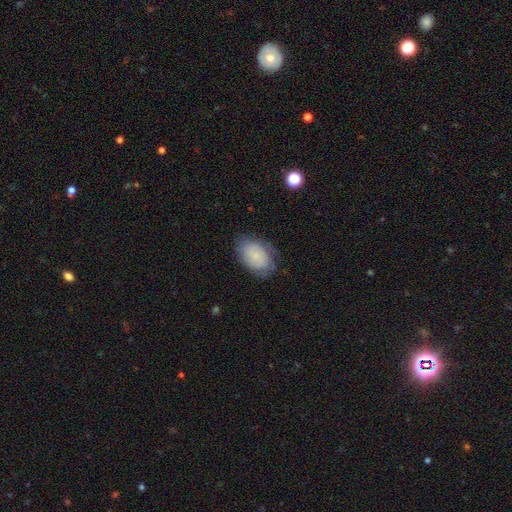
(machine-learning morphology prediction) A smooth galaxy with no disk features (67%) that is in between round and cigar-shaped (87%).

Vote fractions:
- Smooth or featured? smooth: 67% / featured or disk: 25% / star or artifact: 8%
- How rounded? in between: 87% / round: 11% / cigar-shaped: 1%
- Merging? none: 70% / minor disturbance: 22% / major disturbance: 7% / merger: 1%